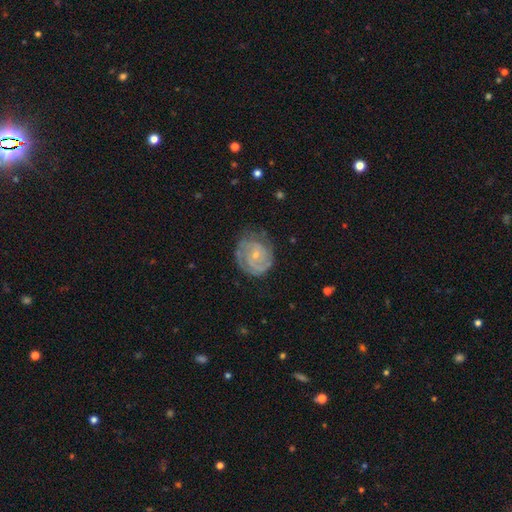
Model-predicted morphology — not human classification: Q: Smooth or featured?
A: featured or disk (82%); runner-up: smooth (12%)
Q: Edge-on disk?
A: no (98%); runner-up: yes (2%)
Q: Bar?
A: no (70%); runner-up: weak (26%)
Q: Spiral arms?
A: yes (95%); runner-up: no (5%)
Q: Spiral winding?
A: tight (67%); runner-up: medium (27%)
Q: Spiral arm count?
A: 2 (54%); runner-up: can't tell (19%)
Q: Bulge size?
A: small (73%); runner-up: moderate (23%)
Q: Merging?
A: none (72%); runner-up: minor disturbance (20%)